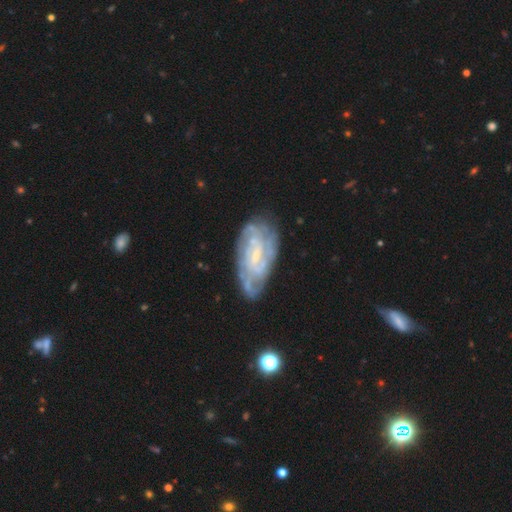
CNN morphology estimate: Smooth or featured? featured or disk (80%)
Edge-on disk? no (94%)
Bar? weak (49%)
Spiral arms? yes (86%)
Spiral winding? tight (60%)
Spiral arm count? can't tell (51%)
Bulge size? small (60%)
Merging? none (64%)